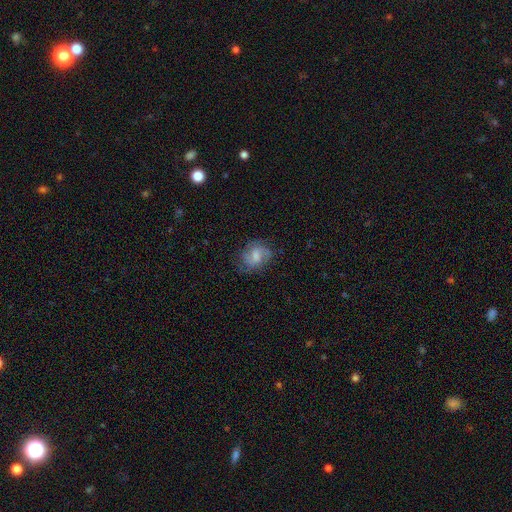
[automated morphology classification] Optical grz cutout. It shows a smooth galaxy with no disk features (53%) that is in between round and cigar-shaped (53%). Merging: none (65%).